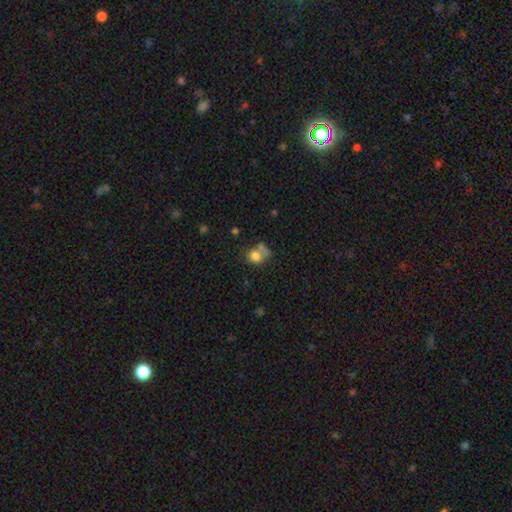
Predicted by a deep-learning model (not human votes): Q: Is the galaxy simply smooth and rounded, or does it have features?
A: smooth — 77%.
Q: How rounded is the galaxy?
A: round — 59%.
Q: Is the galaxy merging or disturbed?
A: none — 39%.